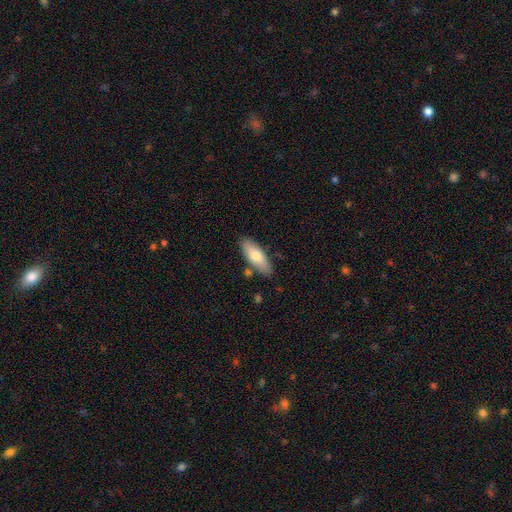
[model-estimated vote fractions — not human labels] A smooth galaxy with no disk features (71%) that is in between round and cigar-shaped (70%).

Vote fractions:
- Smooth or featured? smooth: 71% / featured or disk: 23% / star or artifact: 6%
- How rounded? in between: 70% / cigar-shaped: 28% / round: 2%
- Merging? none: 82% / minor disturbance: 11% / merger: 4% / major disturbance: 2%